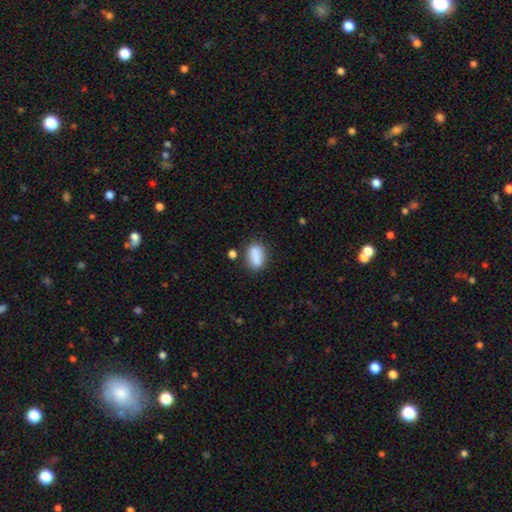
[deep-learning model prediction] This appears to be a smooth galaxy with no disk features (85%) that is in between round and cigar-shaped (85%). Merging: none (68%).